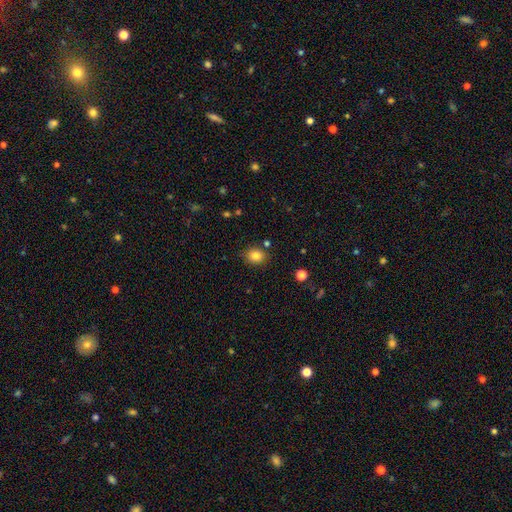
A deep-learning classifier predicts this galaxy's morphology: Smooth or featured? Predicted: smooth (p=0.83). How rounded? Predicted: round (p=0.58). Merging? Predicted: none (p=0.83).